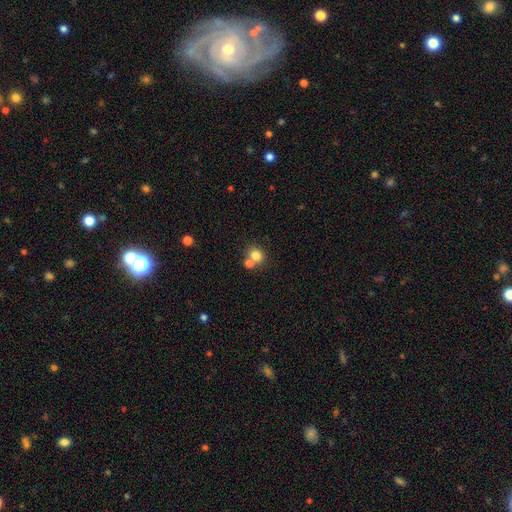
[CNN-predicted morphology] smooth 78%, star or artifact 12%, featured or disk 10%. Down the decision tree: how rounded — round (75%); merging — none (51%).